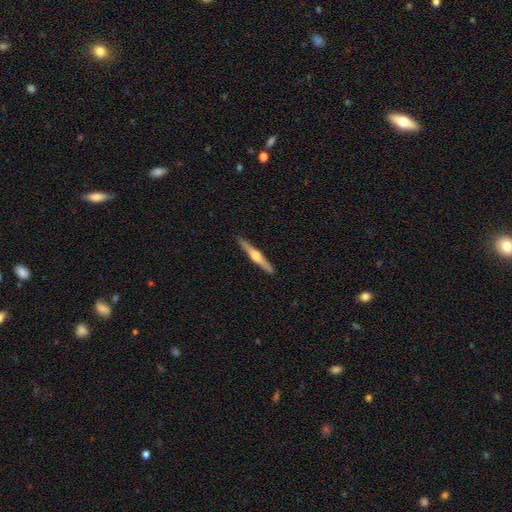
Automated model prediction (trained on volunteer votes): smooth-or-featured: featured or disk: 74% | smooth: 21% | star or artifact: 5%
  disk-edge-on: yes: 98% | no: 2%
    edge-on-bulge: rounded: 93% | boxy: 4% | none: 3%
  merging: none: 92% | minor disturbance: 6% | major disturbance: 1% | merger: 1%